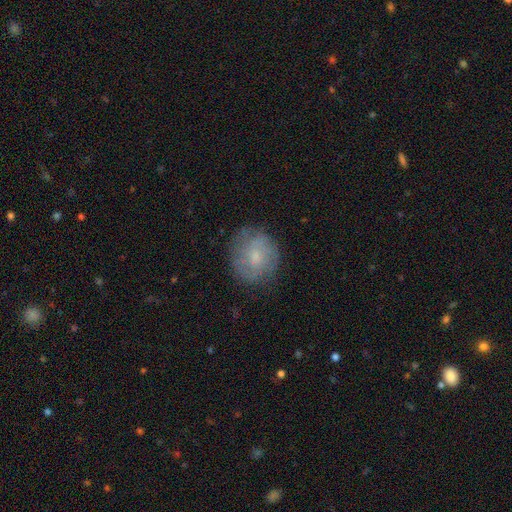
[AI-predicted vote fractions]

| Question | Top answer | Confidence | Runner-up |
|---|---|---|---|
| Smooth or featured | smooth | 53% | featured or disk (39%) |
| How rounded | round | 73% | in between (25%) |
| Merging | none | 74% | minor disturbance (18%) |